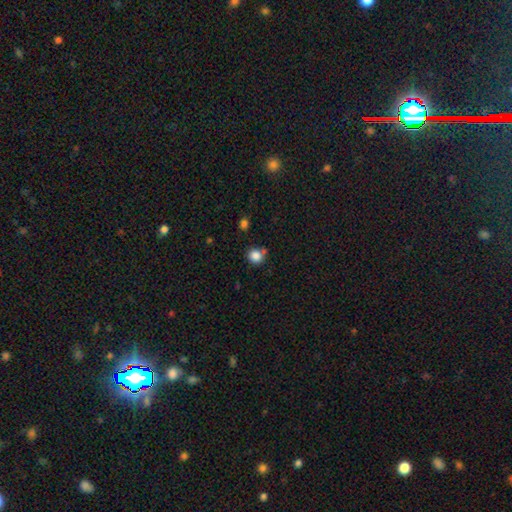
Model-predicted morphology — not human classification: This appears to be a smooth galaxy with no disk features (85%) that is round (91%). Merging: none (75%).